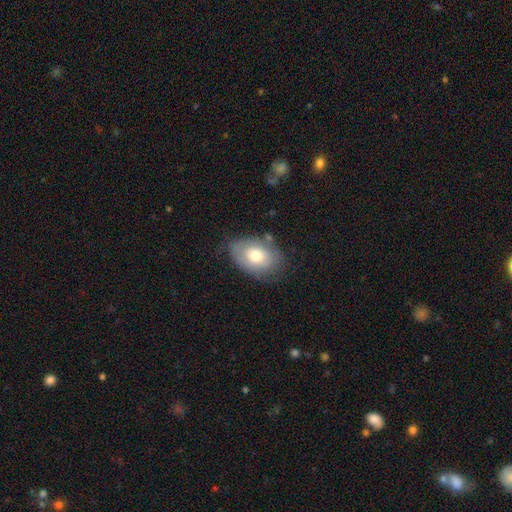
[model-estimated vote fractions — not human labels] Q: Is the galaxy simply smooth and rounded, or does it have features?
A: smooth — 68%.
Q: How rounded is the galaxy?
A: in between — 85%.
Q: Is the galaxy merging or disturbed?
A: none — 66%.